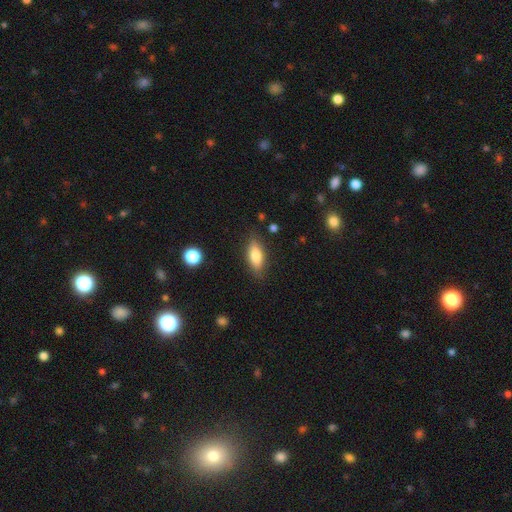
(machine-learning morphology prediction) Smooth or featured?
  - smooth: 77% *
  - featured or disk: 16%
  - star or artifact: 7%
How rounded?
  - in between: 78% *
  - cigar-shaped: 19%
  - round: 3%
Merging?
  - none: 83% *
  - minor disturbance: 13%
  - major disturbance: 3%
  - merger: 2%